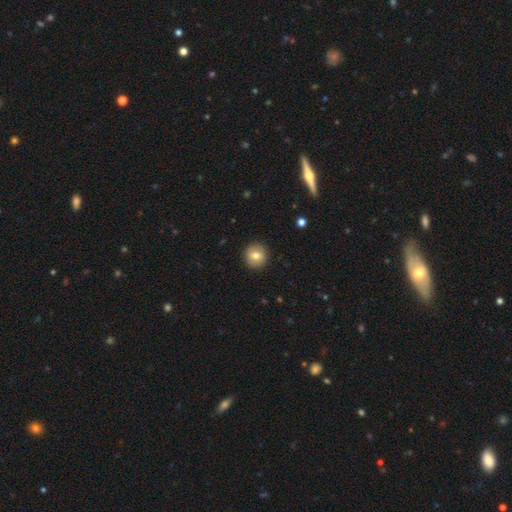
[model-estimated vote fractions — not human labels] A smooth galaxy with no disk features (77%) that is round (93%).

Vote fractions:
- Smooth or featured? smooth: 77% / featured or disk: 14% / star or artifact: 9%
- How rounded? round: 93% / in between: 6% / cigar-shaped: 1%
- Merging? none: 91% / minor disturbance: 6% / major disturbance: 2% / merger: 1%